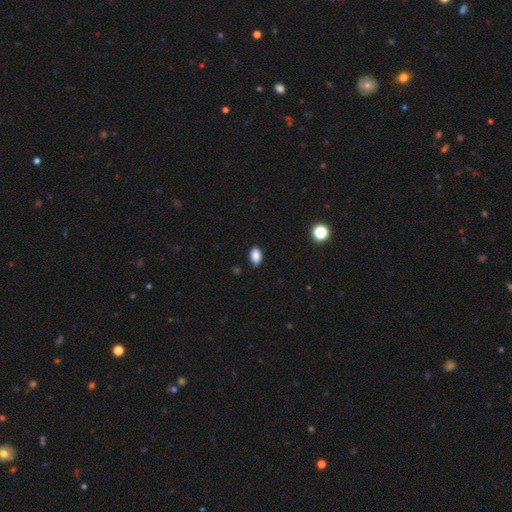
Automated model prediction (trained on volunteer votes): This appears to be a smooth galaxy with no disk features (87%) that is in between round and cigar-shaped (90%). Merging: none (87%).